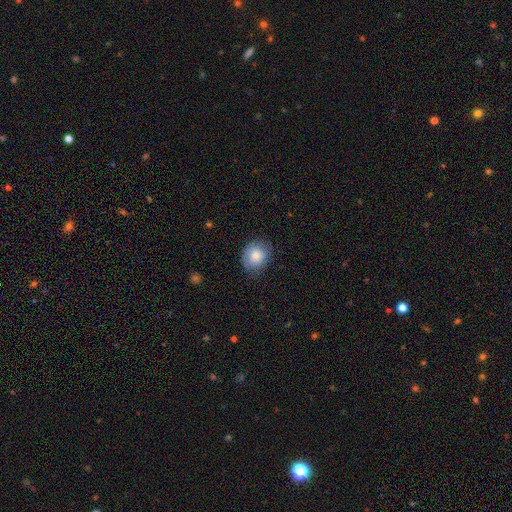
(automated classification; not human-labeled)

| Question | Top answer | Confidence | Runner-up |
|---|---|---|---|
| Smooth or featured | smooth | 80% | featured or disk (12%) |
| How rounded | round | 61% | in between (38%) |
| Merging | none | 75% | minor disturbance (20%) |